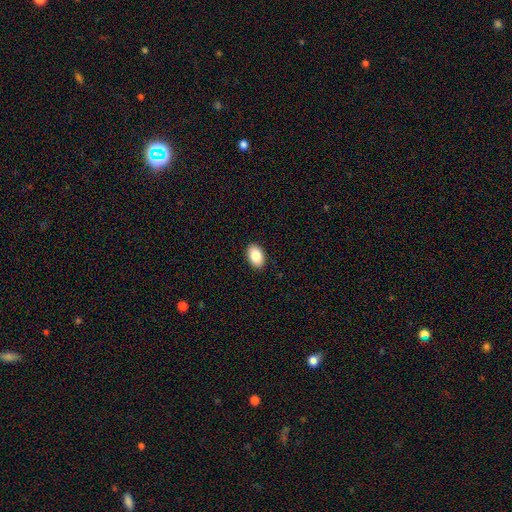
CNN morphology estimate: Overall: smooth (86%). How rounded: in between (89%). Merging: none (91%).